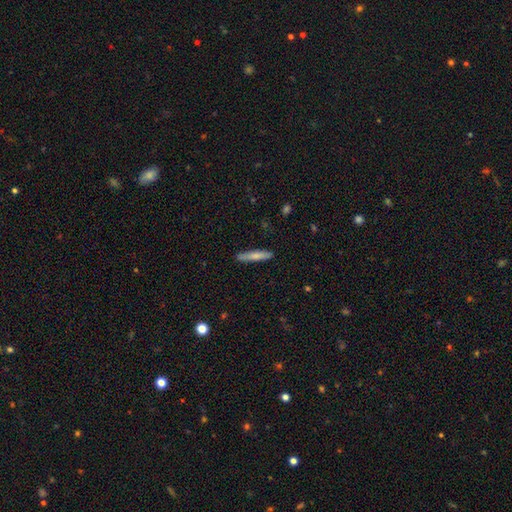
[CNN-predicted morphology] This appears to be a smooth galaxy with no disk features (70%) that is cigar-shaped (92%). Merging: none (87%).